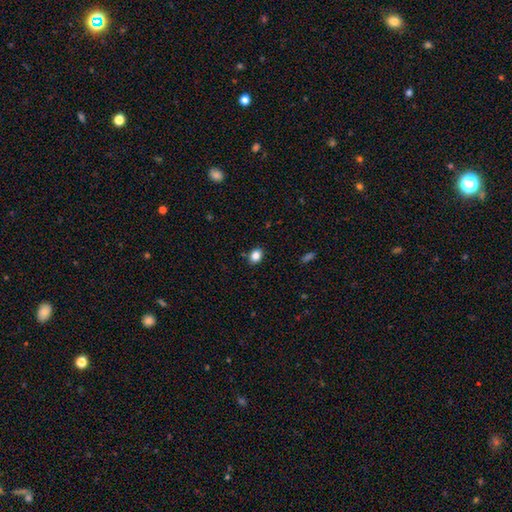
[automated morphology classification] Smooth or featured? smooth (84%)
How rounded? in between (61%)
Merging? none (85%)